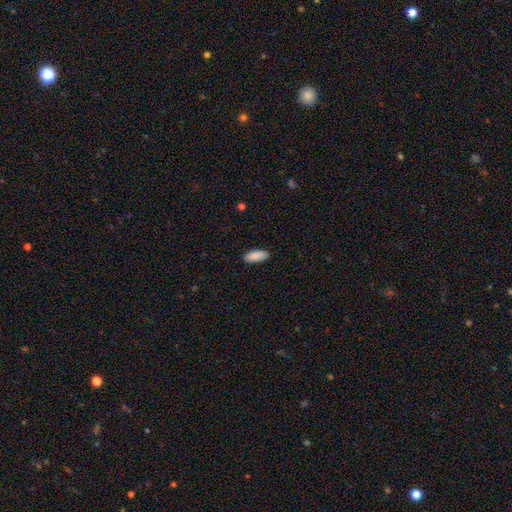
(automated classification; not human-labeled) This is clearly a smooth galaxy (91%). How rounded: clearly in between (82%). Merging: clearly none (88%).